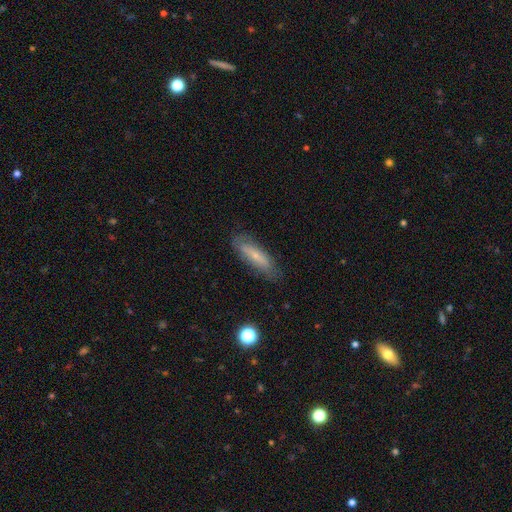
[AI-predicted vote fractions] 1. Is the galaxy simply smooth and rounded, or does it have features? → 54% smooth, 39% featured or disk, 8% star or artifact.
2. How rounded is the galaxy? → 57% cigar-shaped, 40% in between, 2% round.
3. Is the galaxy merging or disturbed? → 78% none, 16% minor disturbance, 5% major disturbance, 1% merger.